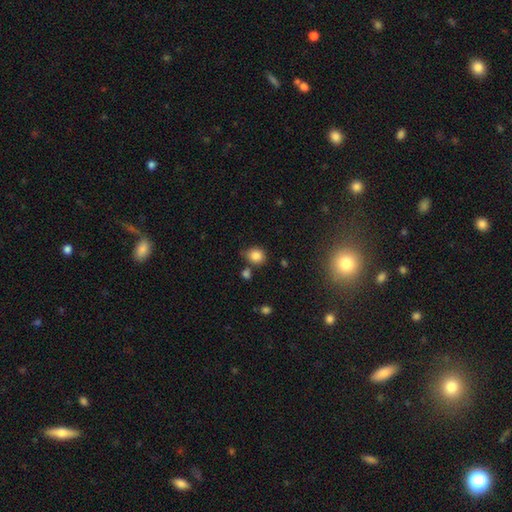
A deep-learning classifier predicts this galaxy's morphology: Smooth or featured? Predicted: smooth (p=0.84). How rounded? Predicted: round (p=0.73). Merging? Predicted: none (p=0.70).